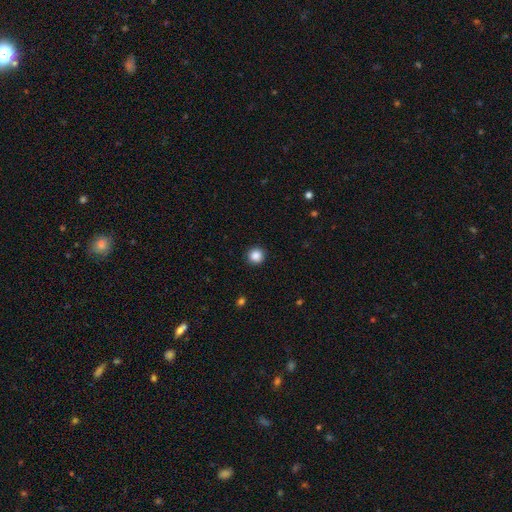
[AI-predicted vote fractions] This appears to be a smooth galaxy with no disk features (87%) that is round (95%). Merging: none (93%).